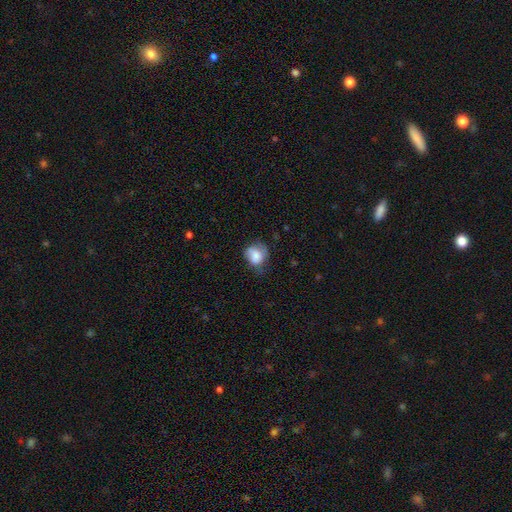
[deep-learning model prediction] Smooth or featured? Predicted: smooth (p=0.74). How rounded? Predicted: round (p=0.59). Merging? Predicted: none (p=0.41).